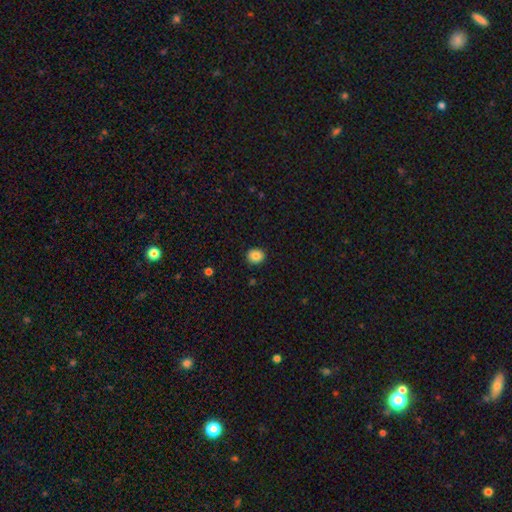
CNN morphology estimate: Smooth or featured? Predicted: smooth (p=0.86). How rounded? Predicted: round (p=0.81). Merging? Predicted: none (p=0.90).